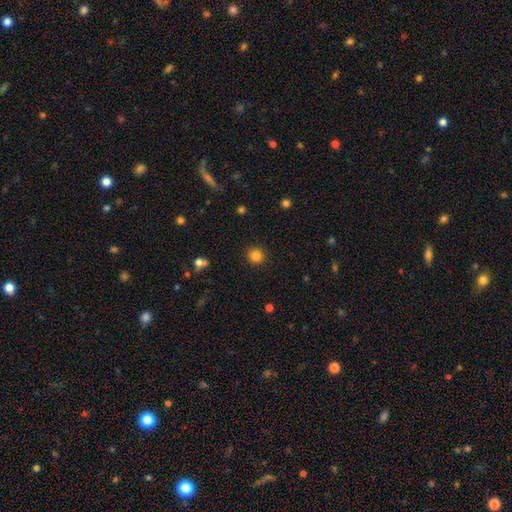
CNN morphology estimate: Smooth or featured? smooth (83%)
How rounded? round (93%)
Merging? none (91%)